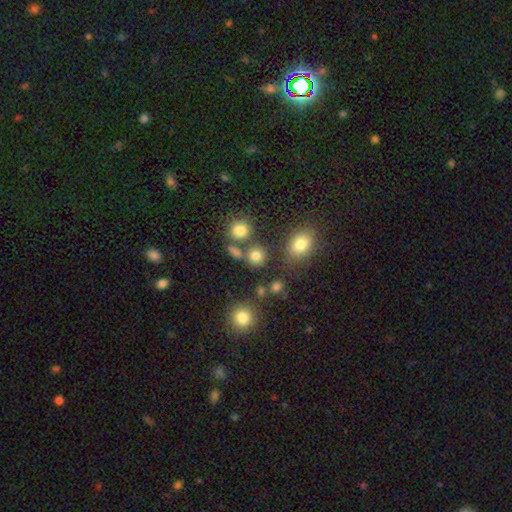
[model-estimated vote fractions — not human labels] Smooth or featured? Predicted: smooth (p=0.77). How rounded? Predicted: round (p=0.84). Merging? Predicted: none (p=0.68).